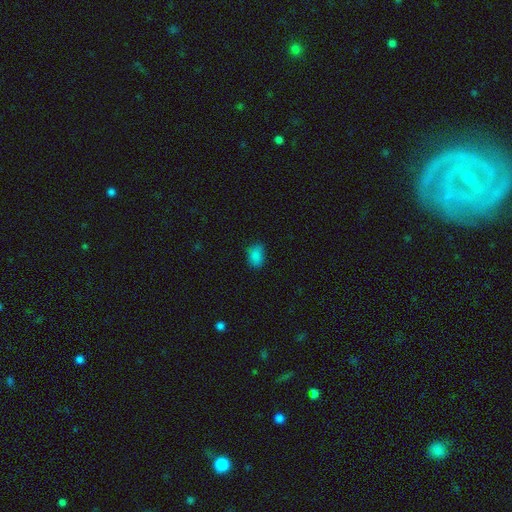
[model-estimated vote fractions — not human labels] smooth-or-featured: smooth: 84% | star or artifact: 11% | featured or disk: 5%
  how-rounded: in between: 80% | round: 19% | cigar-shaped: 1%
  merging: none: 75% | minor disturbance: 20% | major disturbance: 4% | merger: 1%